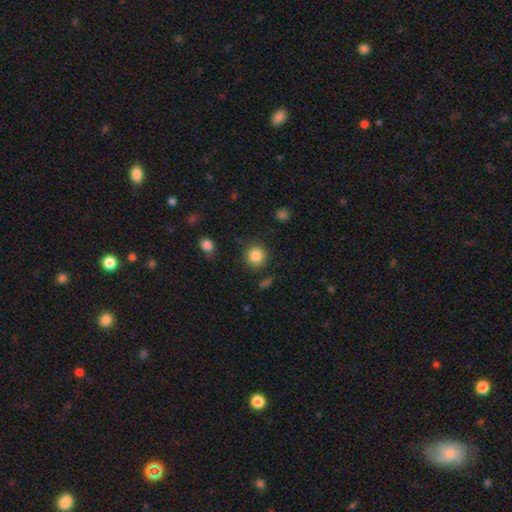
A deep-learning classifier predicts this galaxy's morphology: Smooth or featured? smooth (85%)
How rounded? round (92%)
Merging? none (85%)